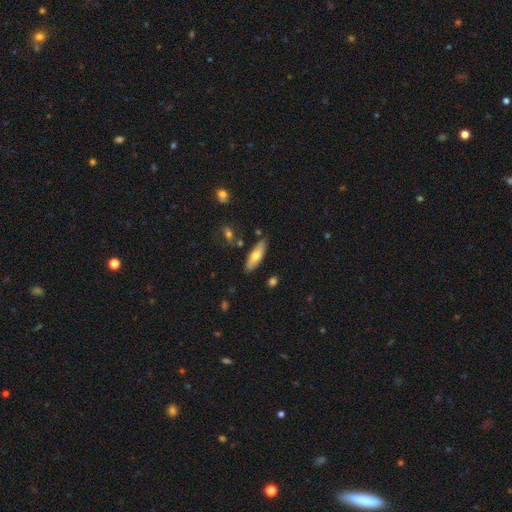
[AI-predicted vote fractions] Overall: smooth (63%; featured or disk 30%). How rounded: in between (53%; cigar-shaped 44%). Merging: none (81%).